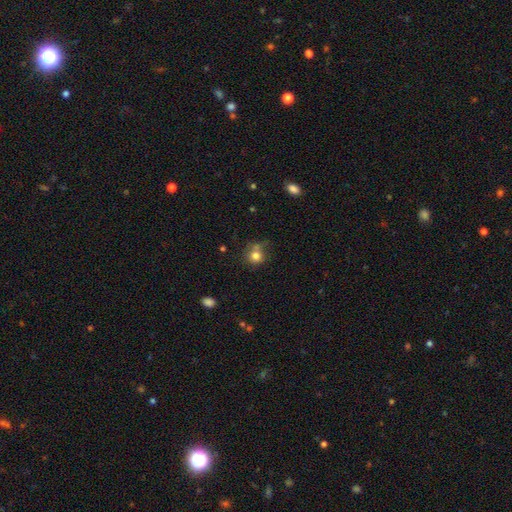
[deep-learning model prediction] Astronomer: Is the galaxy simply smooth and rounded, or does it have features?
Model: smooth — 80%.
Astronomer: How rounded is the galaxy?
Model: round — 83%.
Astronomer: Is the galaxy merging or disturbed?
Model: none — 57%.